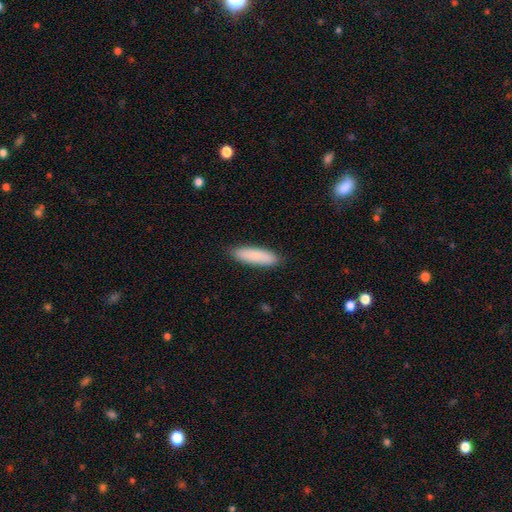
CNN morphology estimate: smooth-or-featured: smooth: 86% | featured or disk: 8% | star or artifact: 6%
  how-rounded: cigar-shaped: 65% | in between: 34% | round: 1%
  merging: none: 88% | minor disturbance: 9% | major disturbance: 2% | merger: 1%